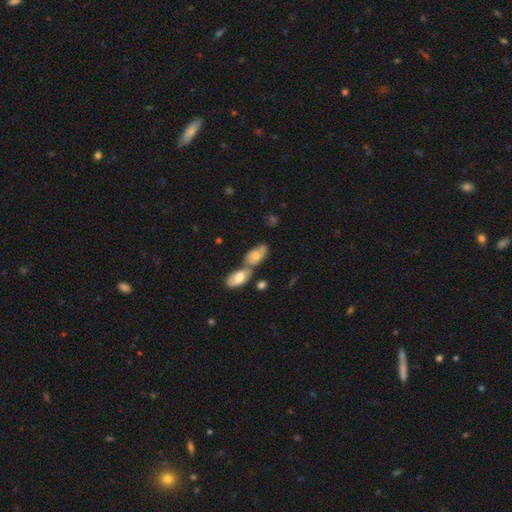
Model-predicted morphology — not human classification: A smooth galaxy with no disk features (57%) that is in between round and cigar-shaped (88%).

Vote fractions:
- Smooth or featured? smooth: 57% / featured or disk: 35% / star or artifact: 9%
- How rounded? in between: 88% / cigar-shaped: 7% / round: 6%
- Merging? merger: 51% / none: 29% / minor disturbance: 13% / major disturbance: 6%